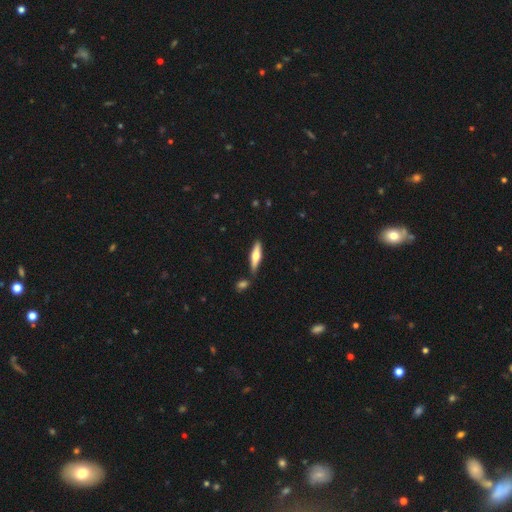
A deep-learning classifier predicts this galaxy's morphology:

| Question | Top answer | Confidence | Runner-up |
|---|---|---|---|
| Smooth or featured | smooth | 48% | featured or disk (46%) |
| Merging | none | 82% | minor disturbance (10%) |